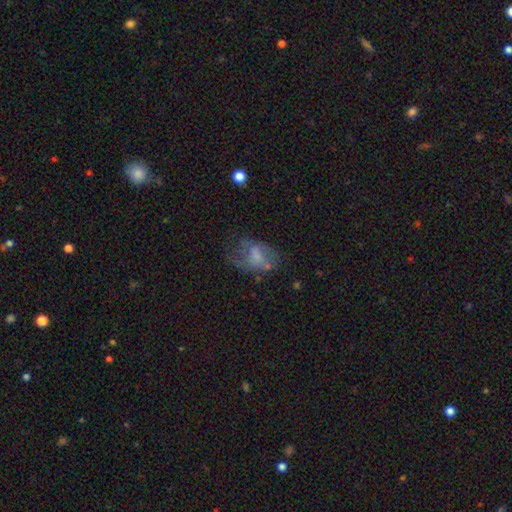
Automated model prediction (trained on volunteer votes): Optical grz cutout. It shows a smooth galaxy with no disk features (47%). Merging: major disturbance (36%).